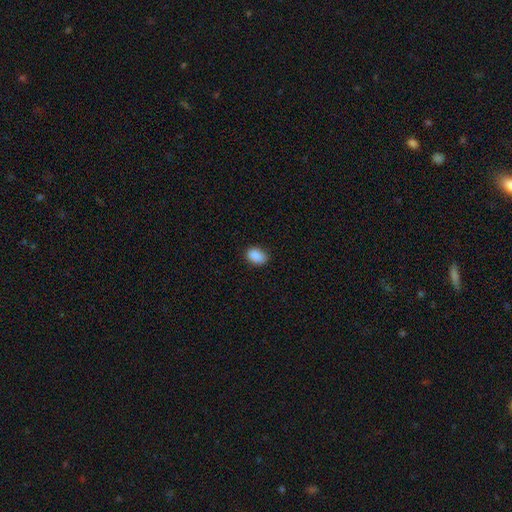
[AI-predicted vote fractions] Smooth or featured: smooth — 89% (star or artifact — 8%)
How rounded: in between — 83% (round — 15%)
Merging: none — 79% (minor disturbance — 17%)